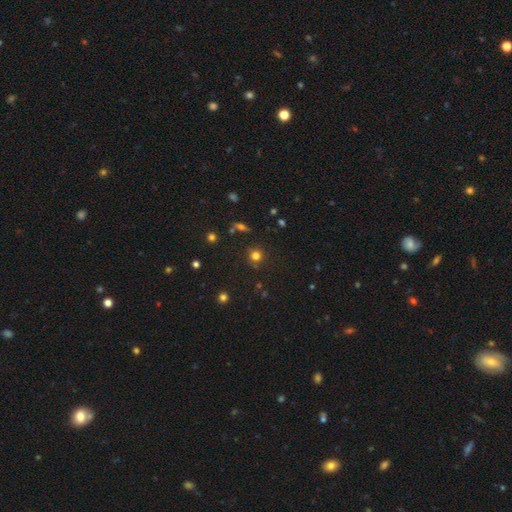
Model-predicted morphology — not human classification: This appears to be a smooth galaxy with no disk features (74%) that is round (91%). Merging: none (84%).